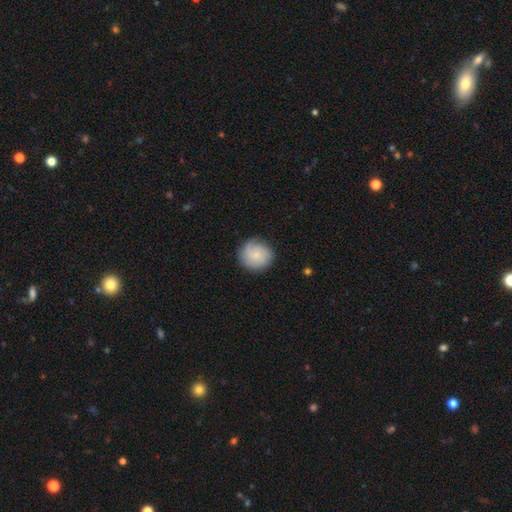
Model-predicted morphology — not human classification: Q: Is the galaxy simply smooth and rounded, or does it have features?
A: smooth — 64%.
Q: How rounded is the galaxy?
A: round — 88%.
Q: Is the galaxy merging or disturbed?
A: none — 82%.